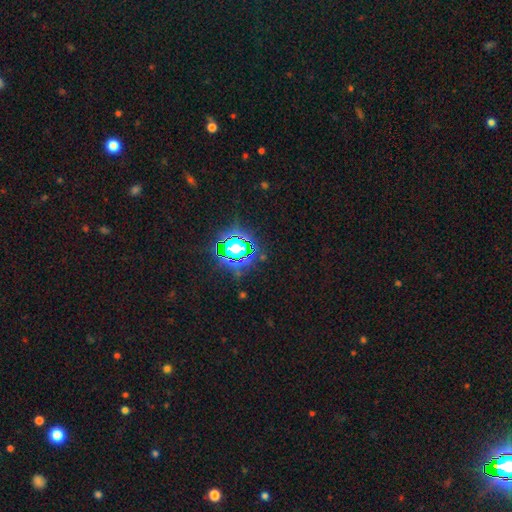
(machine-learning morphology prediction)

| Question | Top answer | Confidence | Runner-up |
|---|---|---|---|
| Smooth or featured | star or artifact | 83% | smooth (10%) |